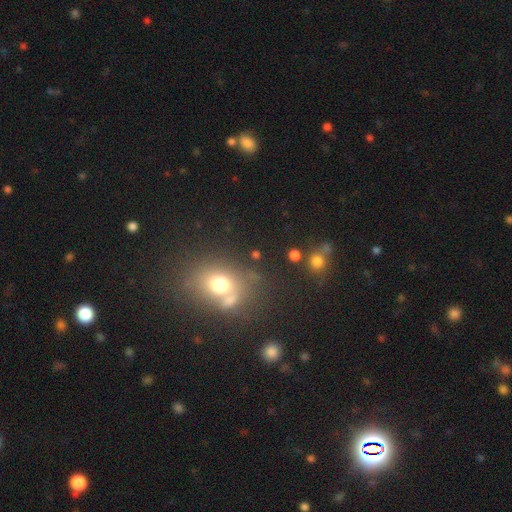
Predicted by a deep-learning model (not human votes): Morphology: type=smooth (63%); roundness=round (57%); merging=none (55%).